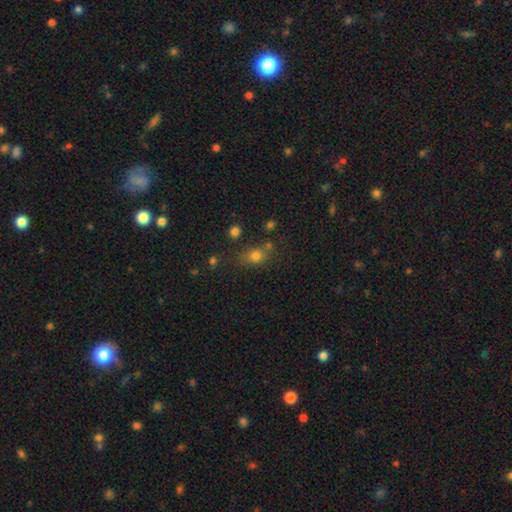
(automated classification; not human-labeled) smooth_or_featured: smooth (p=0.75) [alt: star or artifact p=0.15]
how_rounded: in between (p=0.52) [alt: round p=0.45]
merging: none (p=0.60) [alt: minor disturbance p=0.20]